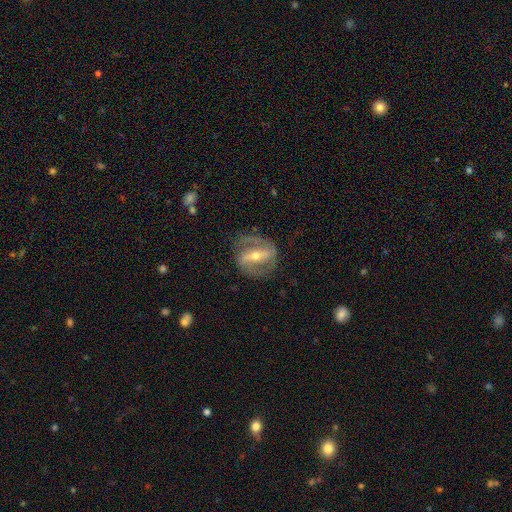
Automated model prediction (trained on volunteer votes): Q: Smooth or featured?
A: featured or disk (83%); runner-up: smooth (11%)
Q: Edge-on disk?
A: no (92%); runner-up: yes (8%)
Q: Bar?
A: strong (68%); runner-up: weak (21%)
Q: Spiral arms?
A: yes (82%); runner-up: no (18%)
Q: Spiral winding?
A: medium (46%); runner-up: tight (35%)
Q: Spiral arm count?
A: 2 (86%); runner-up: can't tell (8%)
Q: Bulge size?
A: moderate (52%); runner-up: small (45%)
Q: Merging?
A: none (77%); runner-up: minor disturbance (14%)